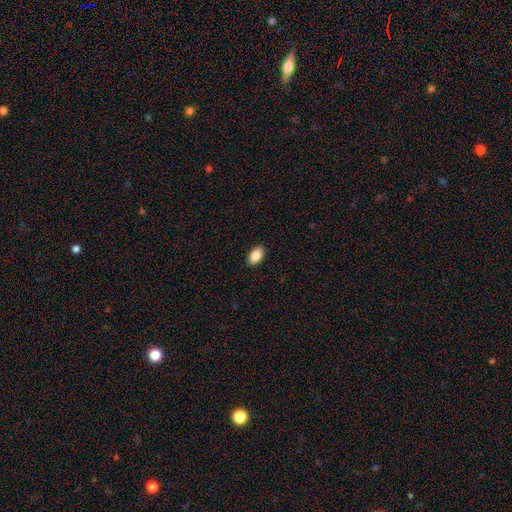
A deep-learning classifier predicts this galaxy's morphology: The model was most divided on "smooth or featured": smooth: 88%, star or artifact: 7%, featured or disk: 5%. More confident: how rounded — in between (93%); merging — none (90%).